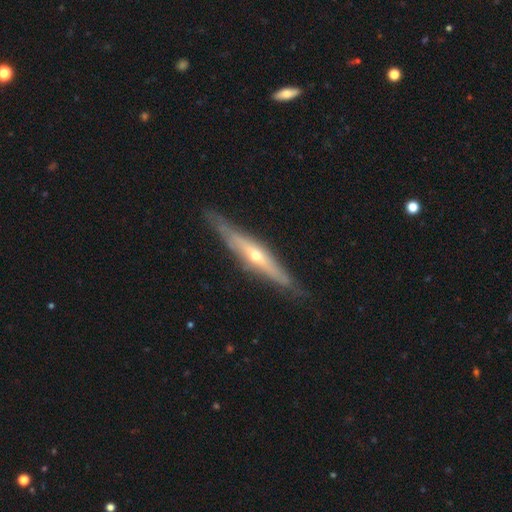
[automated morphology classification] The model was most divided on "smooth or featured": featured or disk: 75%, smooth: 19%, star or artifact: 6%. More confident: edge-on disk — yes (88%); edge-on bulge — rounded (83%); merging — none (82%).